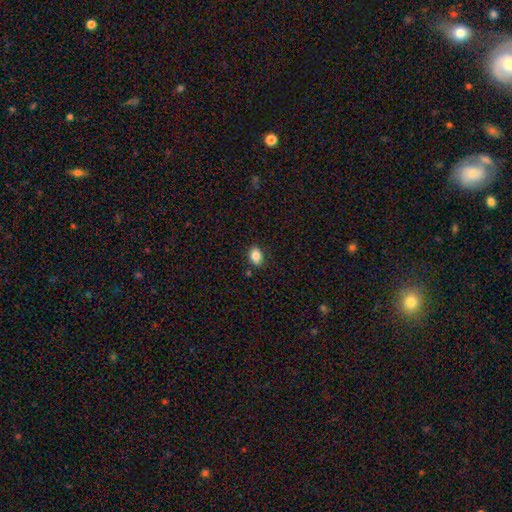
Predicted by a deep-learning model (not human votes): Smooth or featured? Predicted: smooth (p=0.85). How rounded? Predicted: in between (p=0.77). Merging? Predicted: none (p=0.83).